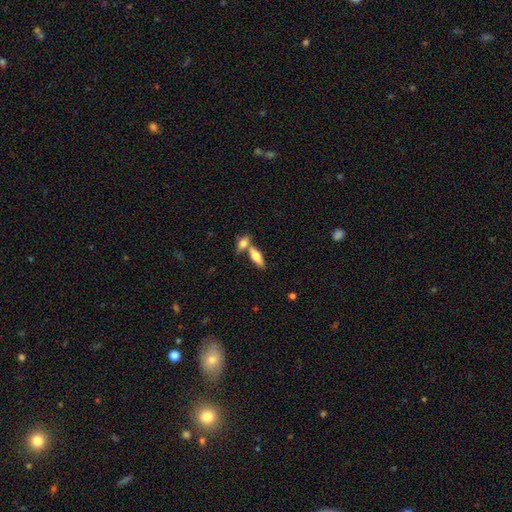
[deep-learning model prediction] This appears to be a smooth galaxy with no disk features (64%) that is in between round and cigar-shaped (57%). Merging: none (46%).